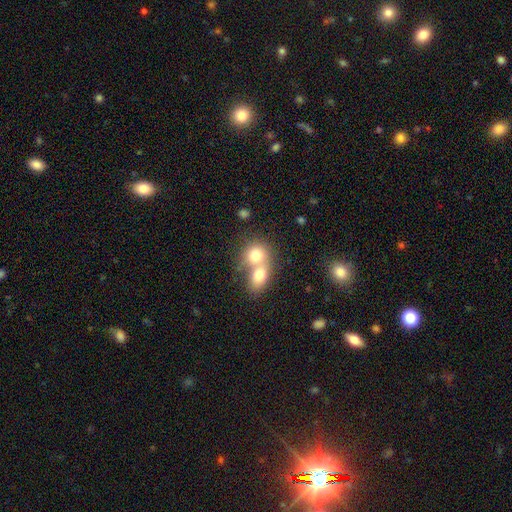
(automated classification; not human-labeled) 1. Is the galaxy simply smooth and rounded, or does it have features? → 73% smooth, 18% featured or disk, 9% star or artifact.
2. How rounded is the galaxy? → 65% round, 34% in between, 1% cigar-shaped.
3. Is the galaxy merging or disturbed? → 70% merger, 22% none, 5% minor disturbance, 3% major disturbance.